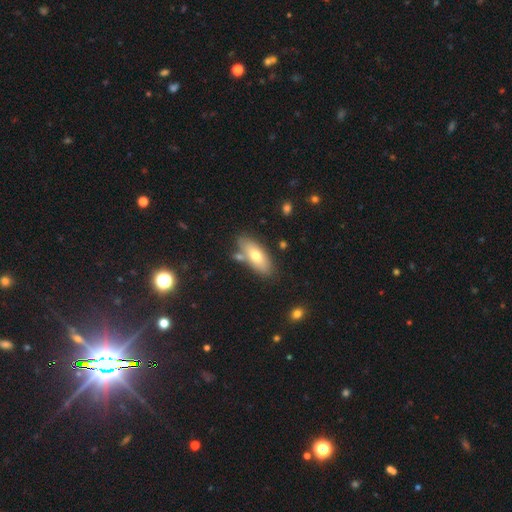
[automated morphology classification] smooth 69%, featured or disk 24%, star or artifact 7%. Down the decision tree: how rounded — in between (81%); merging — none (73%).